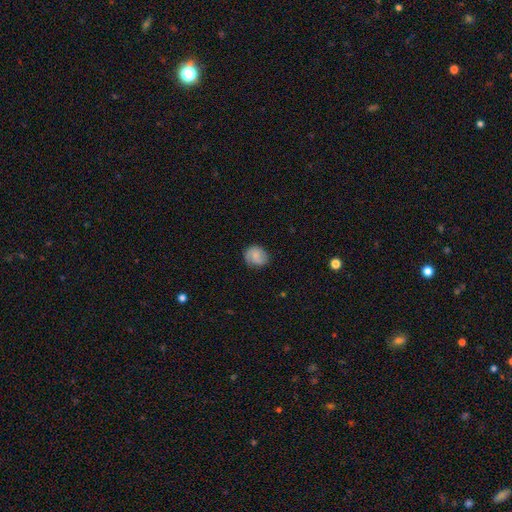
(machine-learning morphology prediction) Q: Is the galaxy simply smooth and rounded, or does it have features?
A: smooth — 66%.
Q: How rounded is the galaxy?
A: round — 69%.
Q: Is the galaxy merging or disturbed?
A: none — 71%.